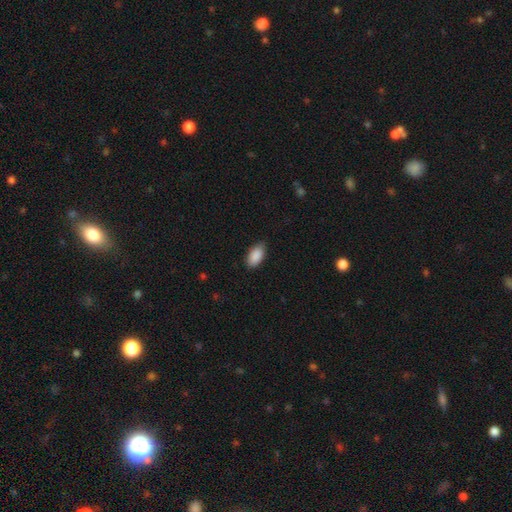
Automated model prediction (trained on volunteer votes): A smooth galaxy with no disk features (90%) that is in between round and cigar-shaped (94%). Merging: none (81%).